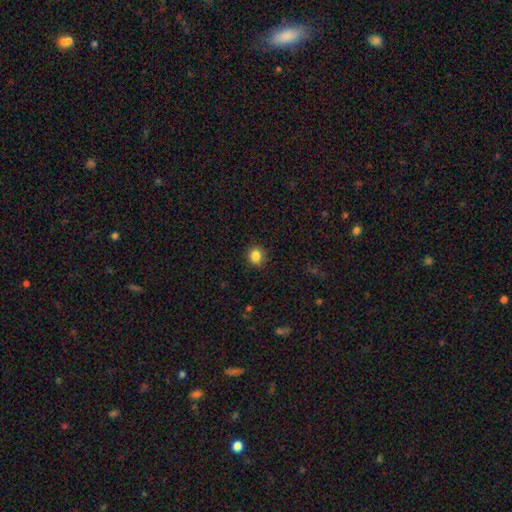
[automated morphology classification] A smooth galaxy with no disk features (85%) that is round (80%).

Vote fractions:
- Smooth or featured? smooth: 85% / star or artifact: 11% / featured or disk: 4%
- How rounded? round: 80% / in between: 20% / cigar-shaped: 1%
- Merging? none: 88% / minor disturbance: 9% / major disturbance: 2% / merger: 1%